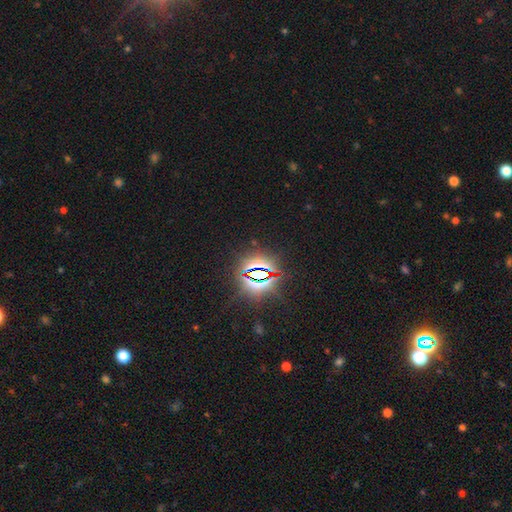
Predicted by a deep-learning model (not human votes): Smooth or featured: star or artifact — 83% (smooth — 10%)